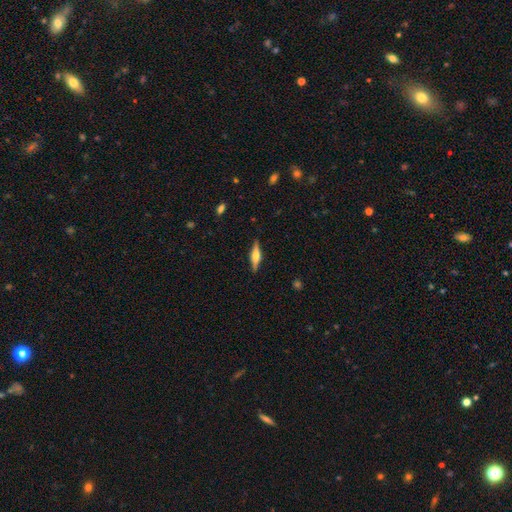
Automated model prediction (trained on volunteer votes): Smooth or featured? featured or disk (59%)
Edge-on disk? yes (96%)
Edge-on bulge? rounded (83%)
Merging? none (88%)